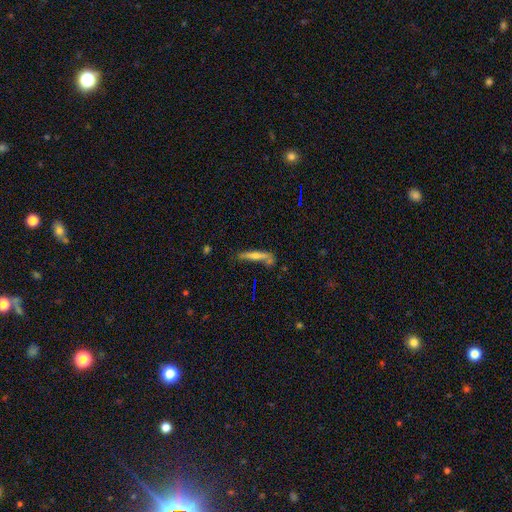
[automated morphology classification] Smooth or featured?
  - featured or disk: 48% *
  - smooth: 41%
  - star or artifact: 10%
Merging?
  - none: 60% *
  - minor disturbance: 22%
  - merger: 9%
  - major disturbance: 9%